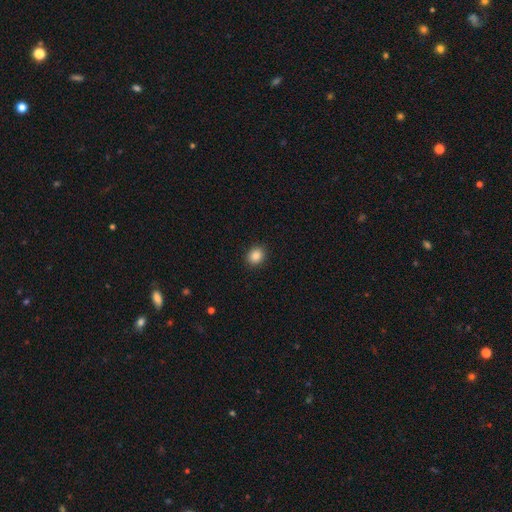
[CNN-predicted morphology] The model was most divided on "how rounded": round: 67%, in between: 32%, cigar-shaped: 1%. More confident: merging — none (91%); smooth or featured — smooth (87%).